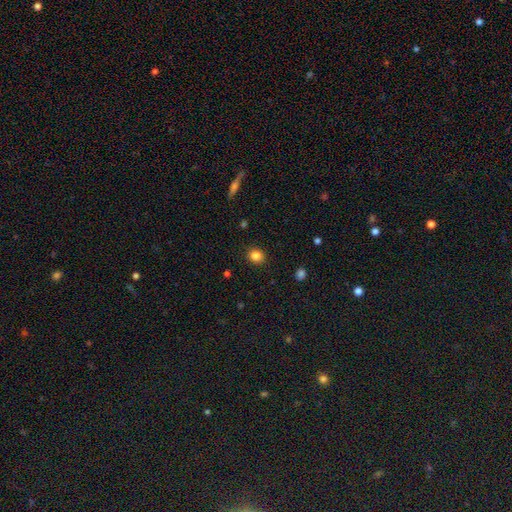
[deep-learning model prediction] smooth 84%, star or artifact 11%, featured or disk 5%. Down the decision tree: how rounded — round (76%); merging — none (90%).